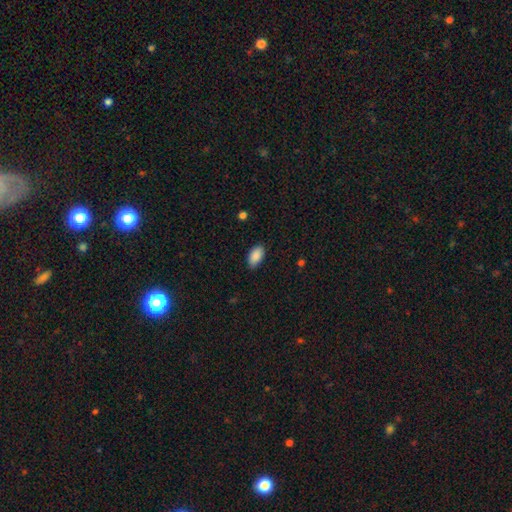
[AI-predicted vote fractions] smooth_or_featured: smooth (p=0.90) [alt: star or artifact p=0.07]
how_rounded: in between (p=0.94) [alt: round p=0.04]
merging: none (p=0.85) [alt: minor disturbance p=0.12]